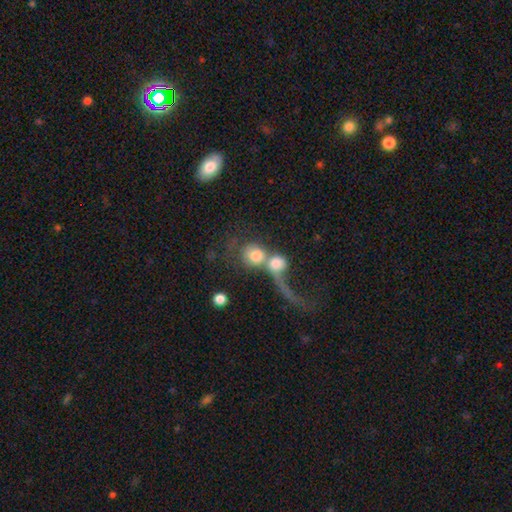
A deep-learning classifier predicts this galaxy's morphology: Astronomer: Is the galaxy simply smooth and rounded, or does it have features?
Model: smooth — 64%.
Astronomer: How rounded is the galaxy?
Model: round — 79%.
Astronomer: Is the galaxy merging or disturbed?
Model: merger — 70%.